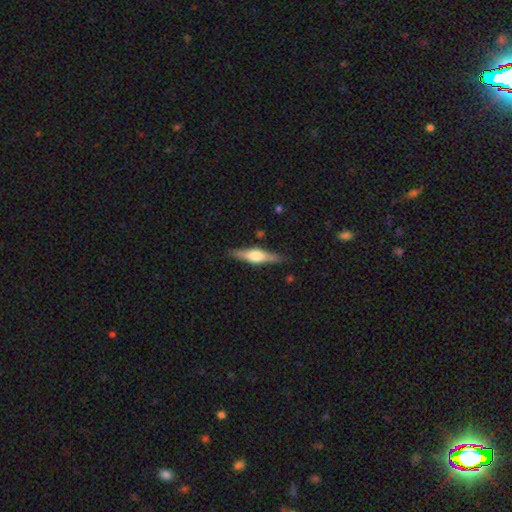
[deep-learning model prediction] This is likely a featured or disk galaxy (63%). It is clearly viewed edge-on (97%). Edge-on bulge: clearly rounded (88%). Merging: clearly none (87%).